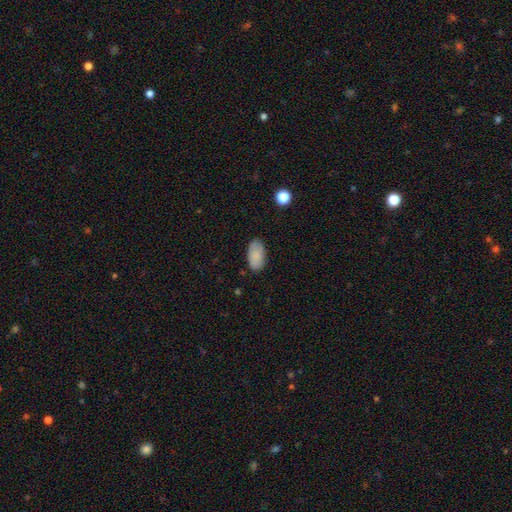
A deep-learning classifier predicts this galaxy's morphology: smooth-or-featured: smooth: 85% | featured or disk: 8% | star or artifact: 7%
  how-rounded: in between: 94% | round: 4% | cigar-shaped: 2%
  merging: none: 81% | minor disturbance: 15% | major disturbance: 3% | merger: 1%